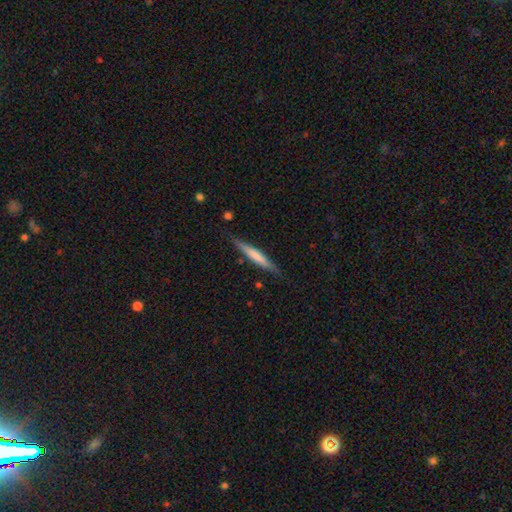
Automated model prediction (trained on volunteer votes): smooth 53%, featured or disk 41%, star or artifact 5%. Down the decision tree: how rounded — cigar-shaped (93%); merging — none (84%).